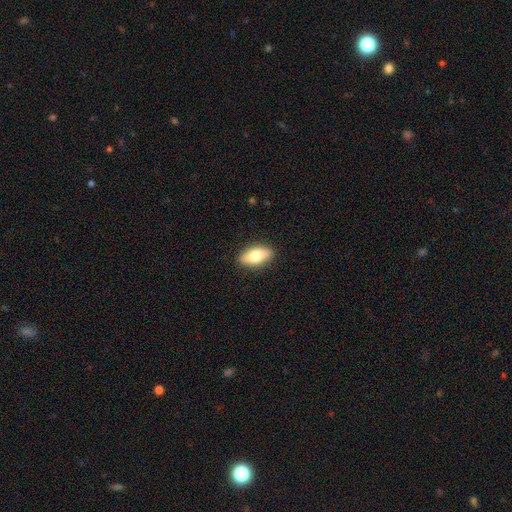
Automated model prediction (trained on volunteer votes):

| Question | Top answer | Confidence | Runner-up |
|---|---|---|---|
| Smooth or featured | smooth | 73% | featured or disk (20%) |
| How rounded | in between | 85% | cigar-shaped (11%) |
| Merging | none | 88% | minor disturbance (9%) |